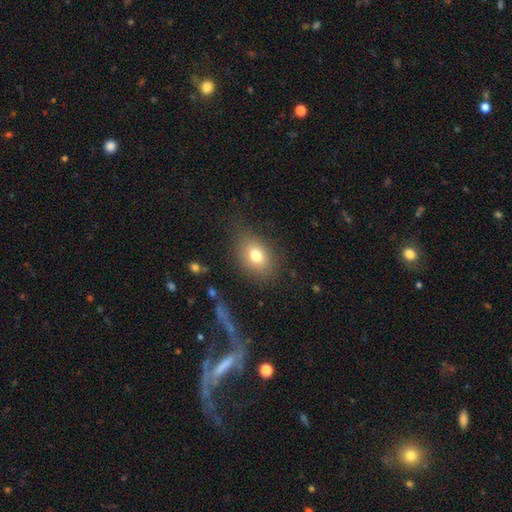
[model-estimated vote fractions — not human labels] Smooth or featured?
  - smooth: 76% *
  - featured or disk: 13%
  - star or artifact: 11%
How rounded?
  - in between: 66% *
  - round: 32%
  - cigar-shaped: 1%
Merging?
  - none: 77% *
  - minor disturbance: 14%
  - major disturbance: 6%
  - merger: 2%